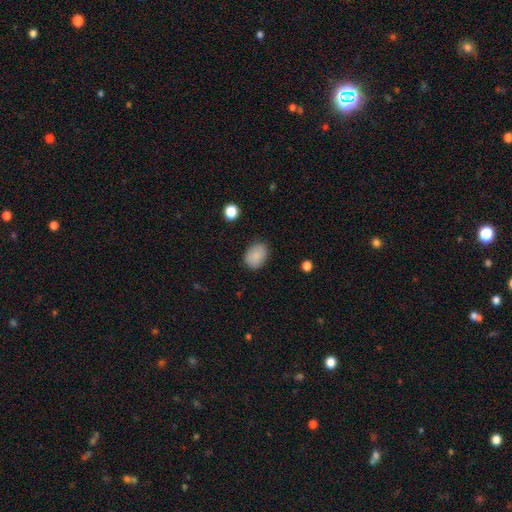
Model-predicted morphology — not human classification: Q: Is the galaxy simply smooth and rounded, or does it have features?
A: smooth — 87%.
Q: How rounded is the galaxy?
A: in between — 74%.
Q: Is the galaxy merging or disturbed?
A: none — 83%.